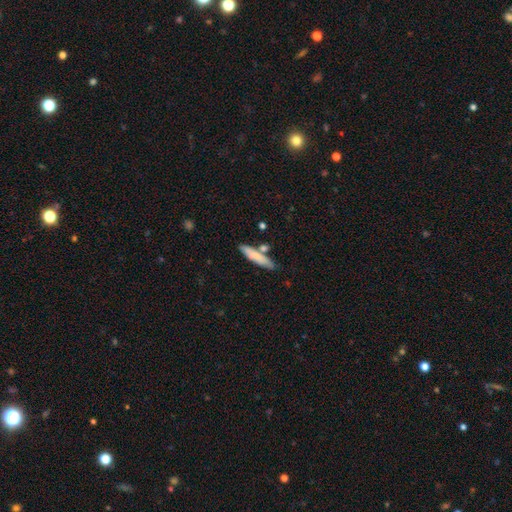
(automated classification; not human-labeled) Q: Smooth or featured?
A: smooth (75%); runner-up: featured or disk (19%)
Q: How rounded?
A: cigar-shaped (84%); runner-up: in between (14%)
Q: Merging?
A: none (74%); runner-up: minor disturbance (13%)